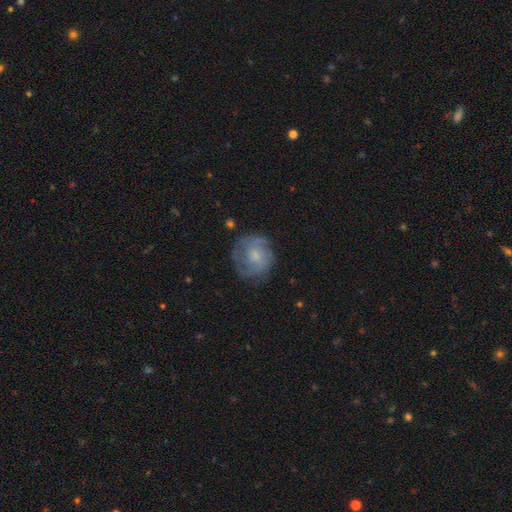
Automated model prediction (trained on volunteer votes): smooth_or_featured: featured or disk (p=0.68) [alt: smooth p=0.25]
disk_edge_on: no (p=0.98) [alt: yes p=0.02]
bar: no (p=0.70) [alt: weak p=0.26]
has_spiral_arms: yes (p=0.86) [alt: no p=0.14]
spiral_winding: tight (p=0.52) [alt: medium p=0.36]
spiral_arm_count: can't tell (p=0.33) [alt: 2 p=0.29]
bulge_size: small (p=0.49) [alt: moderate p=0.34]
merging: none (p=0.72) [alt: minor disturbance p=0.18]